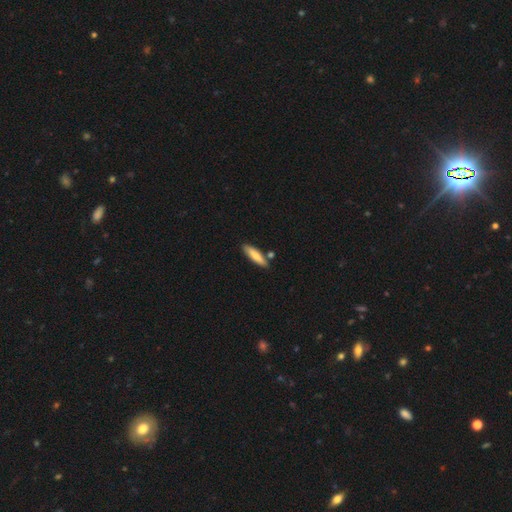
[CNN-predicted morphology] smooth 76%, featured or disk 18%, star or artifact 6%. Down the decision tree: how rounded — cigar-shaped (68%); merging — none (79%).